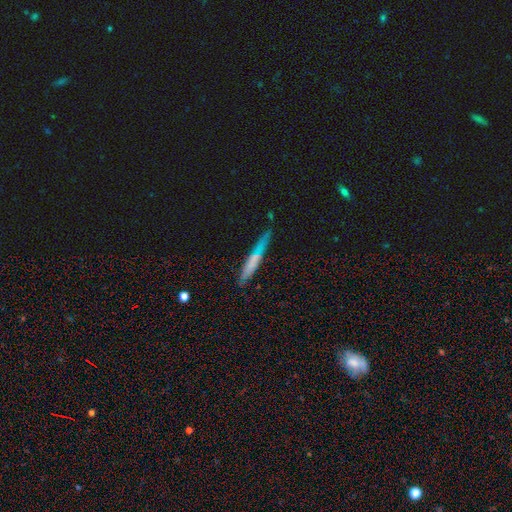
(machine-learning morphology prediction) Smooth or featured?
  - smooth: 53% *
  - featured or disk: 37%
  - star or artifact: 10%
How rounded?
  - cigar-shaped: 94% *
  - in between: 5%
  - round: 2%
Merging?
  - none: 74% *
  - minor disturbance: 19%
  - major disturbance: 4%
  - merger: 3%